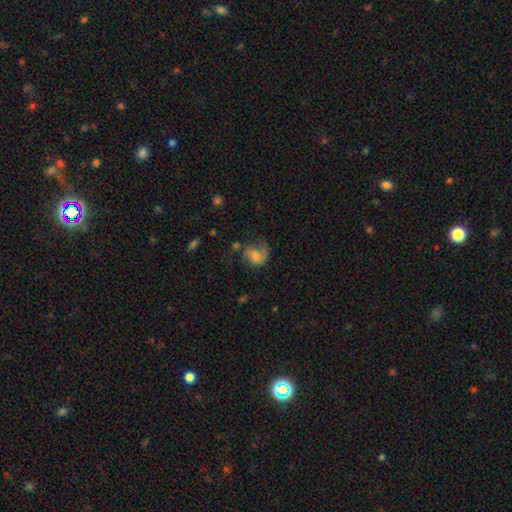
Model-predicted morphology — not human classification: Overall: featured or disk (50%; smooth 40%). Edge-on disk: no (97%). Merging: none (38%; major disturbance 33%).